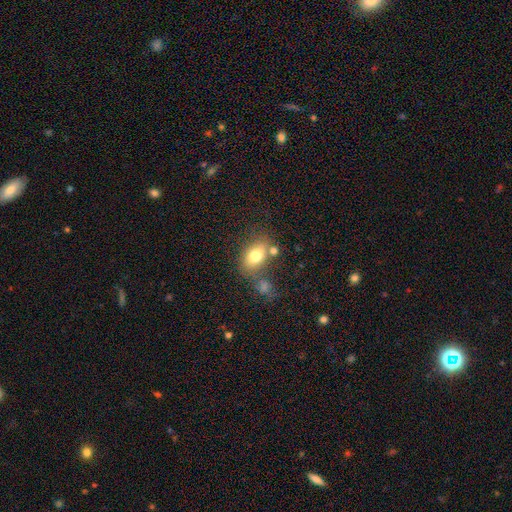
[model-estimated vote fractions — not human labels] Overall: smooth (75%). How rounded: in between (81%). Merging: none (60%).